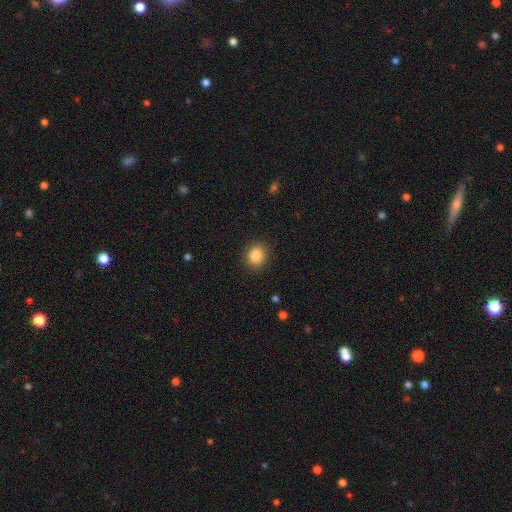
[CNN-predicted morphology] Smooth or featured? Predicted: smooth (p=0.86). How rounded? Predicted: round (p=0.74). Merging? Predicted: none (p=0.89).